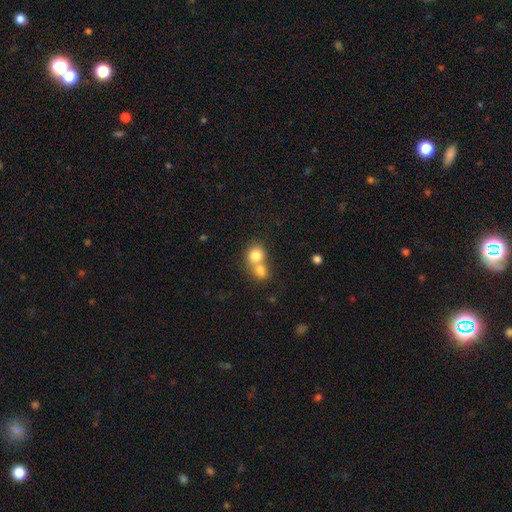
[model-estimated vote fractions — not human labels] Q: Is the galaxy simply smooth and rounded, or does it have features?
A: smooth — 79%.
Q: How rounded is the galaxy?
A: round — 75%.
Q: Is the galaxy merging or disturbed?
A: merger — 59%.